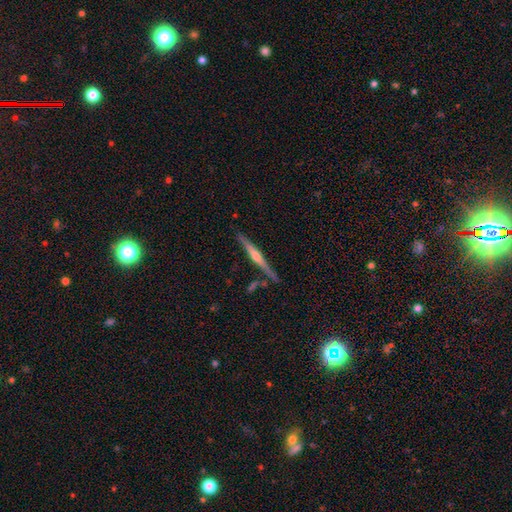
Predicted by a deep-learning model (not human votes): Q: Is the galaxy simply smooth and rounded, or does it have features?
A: featured or disk — 74%.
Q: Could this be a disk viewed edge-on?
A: yes — 98%.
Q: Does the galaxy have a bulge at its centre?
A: rounded — 79%.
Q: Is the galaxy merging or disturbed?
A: none — 85%.